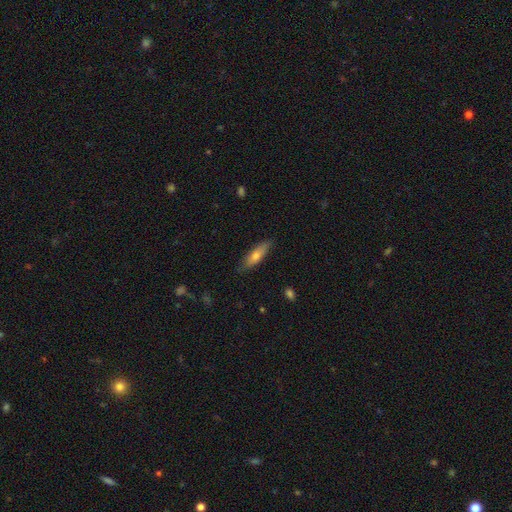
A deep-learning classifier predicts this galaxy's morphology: Overall: smooth (61%; featured or disk 32%). How rounded: cigar-shaped (64%; in between 34%). Merging: none (83%).